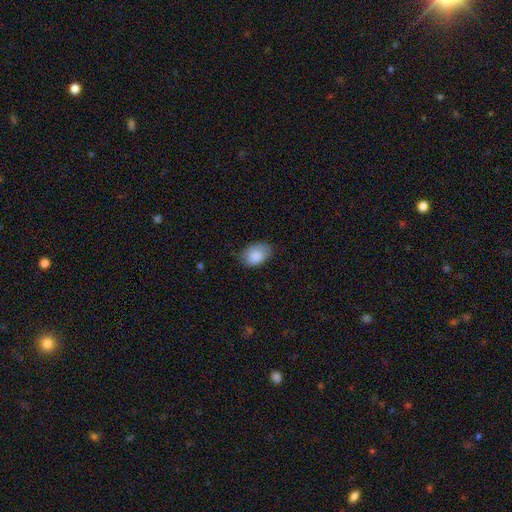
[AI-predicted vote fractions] Morphology: type=smooth (88%); roundness=in between (84%); merging=none (74%).